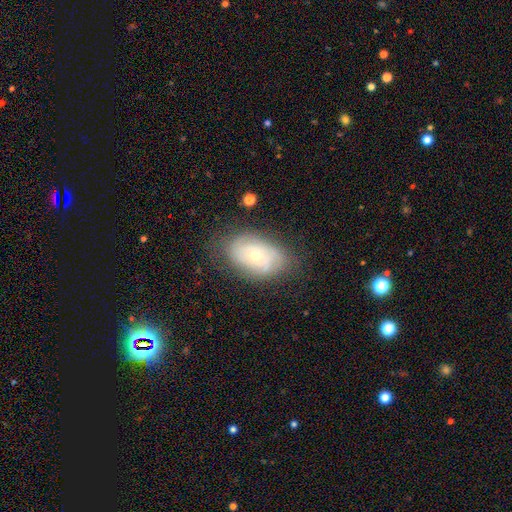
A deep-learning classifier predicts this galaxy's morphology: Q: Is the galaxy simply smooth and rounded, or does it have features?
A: featured or disk — 55%.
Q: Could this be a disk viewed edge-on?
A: no — 93%.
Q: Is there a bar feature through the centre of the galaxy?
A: no — 84%.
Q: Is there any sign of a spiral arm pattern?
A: yes — 63%.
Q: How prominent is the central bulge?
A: small — 54%.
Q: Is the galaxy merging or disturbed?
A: none — 70%.